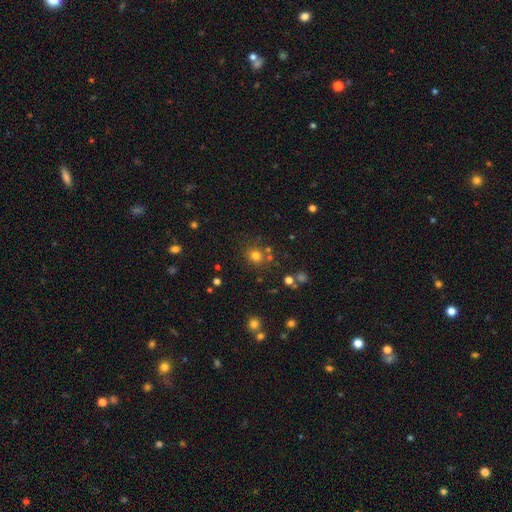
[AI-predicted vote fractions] The model was most divided on "smooth or featured": smooth: 74%, star or artifact: 19%, featured or disk: 8%. More confident: how rounded — round (82%); merging — none (76%).